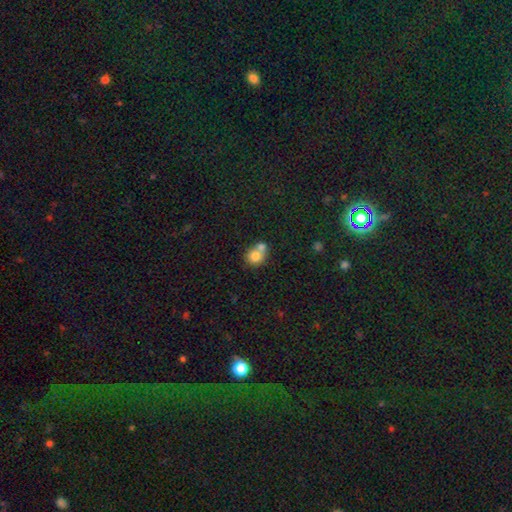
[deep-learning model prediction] A smooth galaxy with no disk features (77%) that is round (76%).

Vote fractions:
- Smooth or featured? smooth: 77% / featured or disk: 13% / star or artifact: 10%
- How rounded? round: 76% / in between: 23% / cigar-shaped: 1%
- Merging? merger: 56% / none: 34% / minor disturbance: 8% / major disturbance: 3%